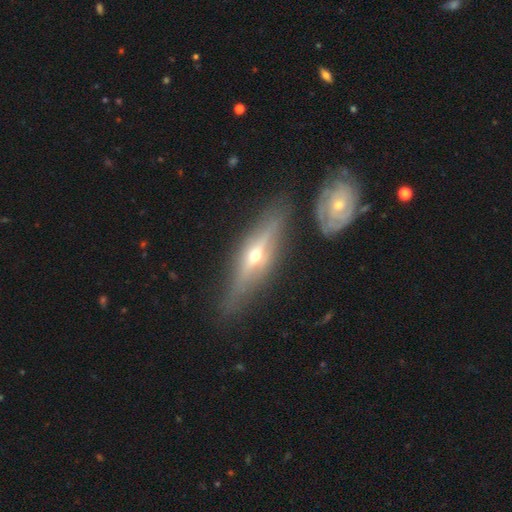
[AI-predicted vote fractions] Smooth or featured: featured or disk — 74% (smooth — 19%)
Edge-on disk: yes — 83% (no — 17%)
Edge-on bulge: rounded — 92% (none — 5%)
Merging: none — 78% (minor disturbance — 13%)